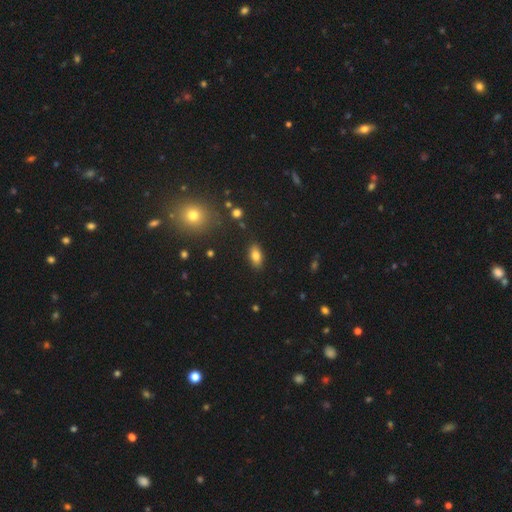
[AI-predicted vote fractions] A smooth galaxy with no disk features (79%) that is in between round and cigar-shaped (88%).

Vote fractions:
- Smooth or featured? smooth: 79% / featured or disk: 11% / star or artifact: 10%
- How rounded? in between: 88% / cigar-shaped: 7% / round: 5%
- Merging? none: 87% / minor disturbance: 9% / major disturbance: 2% / merger: 2%